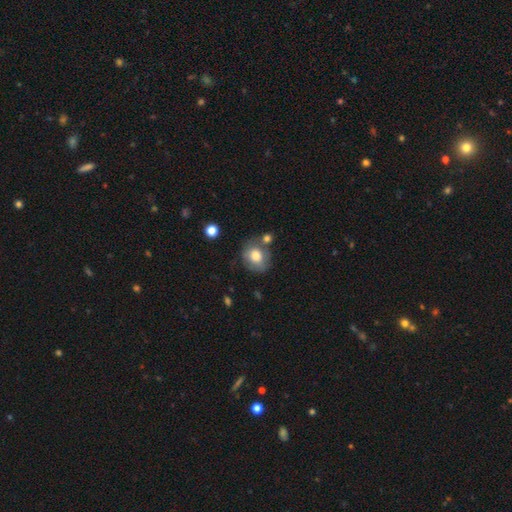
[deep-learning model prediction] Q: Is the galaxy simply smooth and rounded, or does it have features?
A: smooth — 76%.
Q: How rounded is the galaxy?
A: round — 69%.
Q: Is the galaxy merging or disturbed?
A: none — 59%.